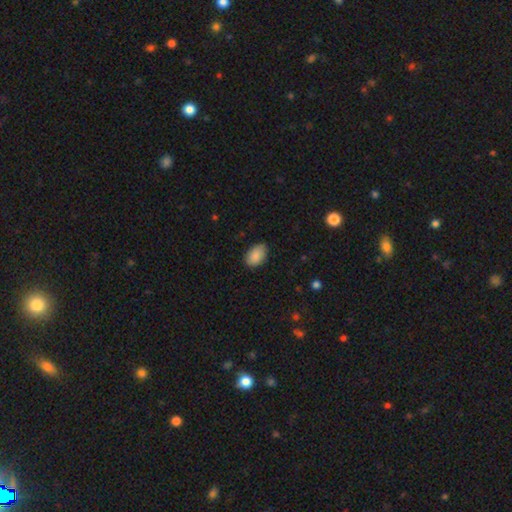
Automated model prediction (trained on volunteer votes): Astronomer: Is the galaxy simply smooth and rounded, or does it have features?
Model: smooth — 88%.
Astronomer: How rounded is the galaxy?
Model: in between — 89%.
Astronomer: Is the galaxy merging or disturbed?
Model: none — 81%.